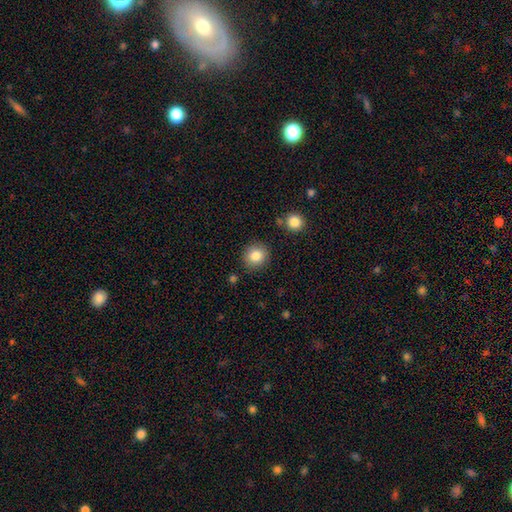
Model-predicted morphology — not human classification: smooth 84%, star or artifact 9%, featured or disk 7%. Down the decision tree: how rounded — round (87%); merging — none (86%).